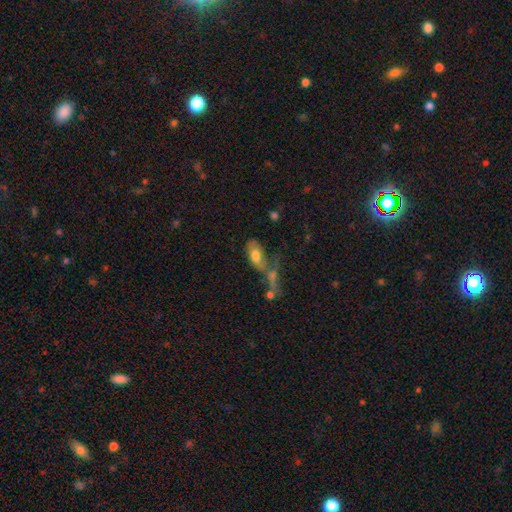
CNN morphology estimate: Smooth or featured?
  - smooth: 59% *
  - featured or disk: 31%
  - star or artifact: 9%
How rounded?
  - in between: 86% *
  - cigar-shaped: 9%
  - round: 5%
Merging?
  - merger: 44% *
  - none: 23%
  - major disturbance: 18%
  - minor disturbance: 14%